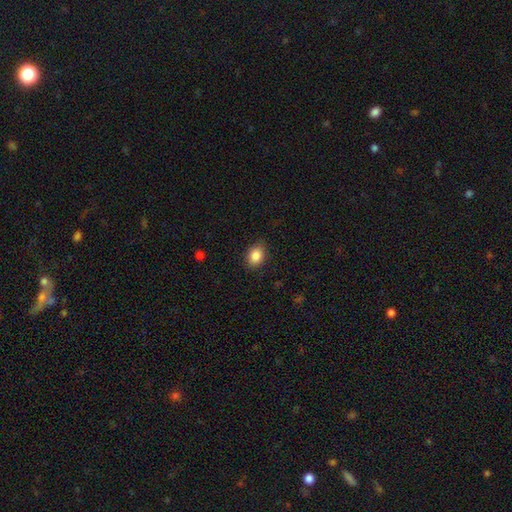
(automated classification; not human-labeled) Q: Smooth or featured?
A: smooth (86%); runner-up: star or artifact (9%)
Q: How rounded?
A: in between (68%); runner-up: round (31%)
Q: Merging?
A: none (85%); runner-up: minor disturbance (12%)